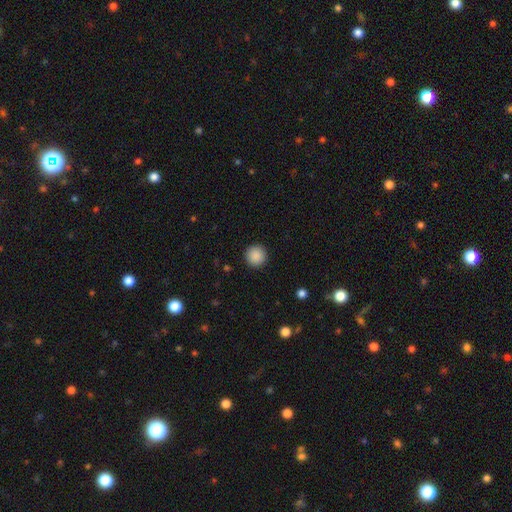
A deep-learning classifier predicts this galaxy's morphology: Smooth or featured? smooth (89%)
How rounded? round (95%)
Merging? none (93%)